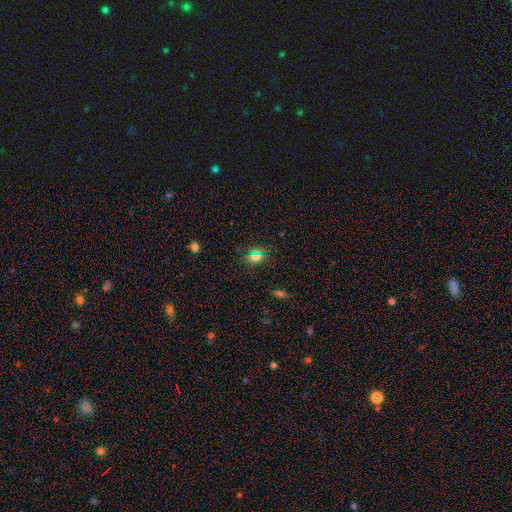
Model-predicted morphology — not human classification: Smooth or featured?
  - smooth: 59% *
  - star or artifact: 32%
  - featured or disk: 9%
How rounded?
  - in between: 57% *
  - round: 36%
  - cigar-shaped: 7%
Merging?
  - none: 83% *
  - minor disturbance: 11%
  - major disturbance: 4%
  - merger: 2%